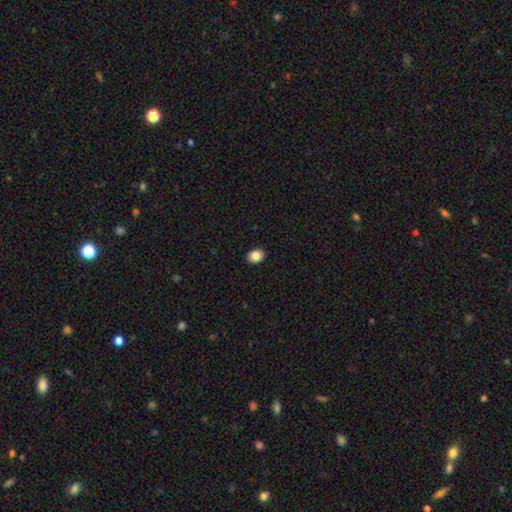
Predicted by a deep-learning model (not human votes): Smooth or featured? smooth (87%)
How rounded? in between (55%)
Merging? none (91%)